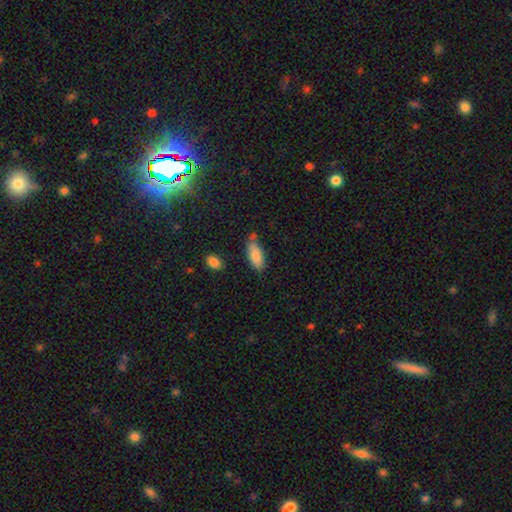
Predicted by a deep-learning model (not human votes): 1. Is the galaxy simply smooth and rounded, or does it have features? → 86% smooth, 8% featured or disk, 7% star or artifact.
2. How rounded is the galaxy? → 80% in between, 18% cigar-shaped, 2% round.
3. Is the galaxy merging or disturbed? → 66% none, 21% minor disturbance, 8% merger, 5% major disturbance.